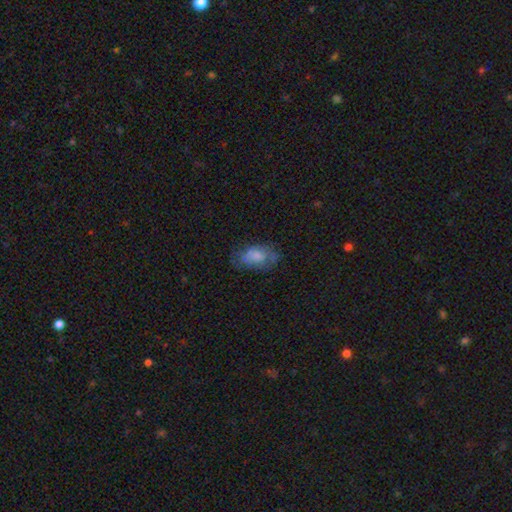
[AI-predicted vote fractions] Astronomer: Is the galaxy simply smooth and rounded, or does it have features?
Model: smooth — 62%.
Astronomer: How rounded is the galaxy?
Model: in between — 90%.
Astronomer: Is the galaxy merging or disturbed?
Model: none — 54%.